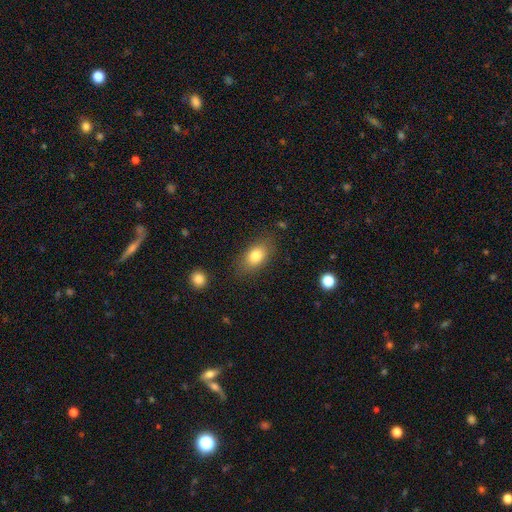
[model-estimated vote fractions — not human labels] smooth_or_featured: smooth (p=0.80) [alt: featured or disk p=0.11]
how_rounded: in between (p=0.84) [alt: round p=0.13]
merging: none (p=0.80) [alt: minor disturbance p=0.14]